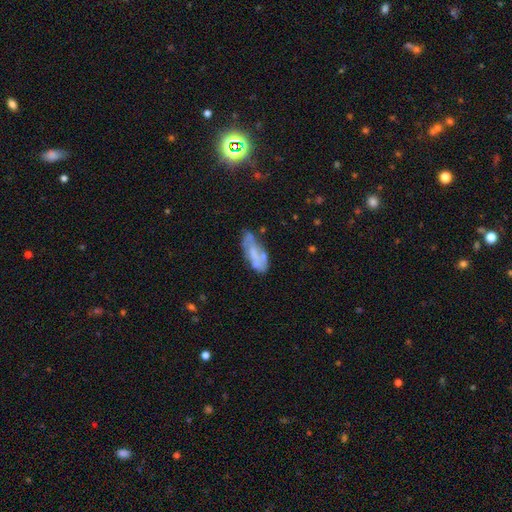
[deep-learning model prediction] Morphology: type=featured or disk (47%); merging=none (49%).